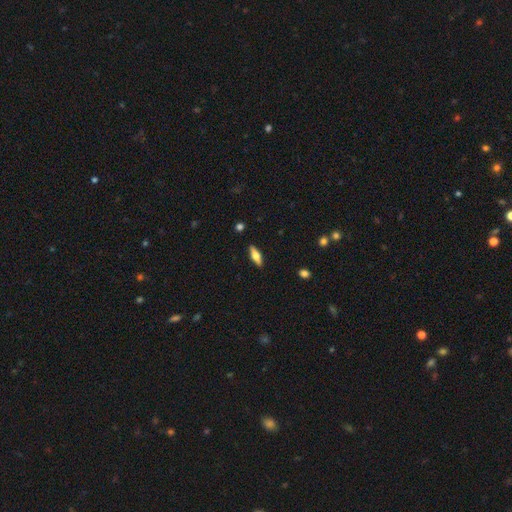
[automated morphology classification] type=smooth (49%); merging=none (89%).